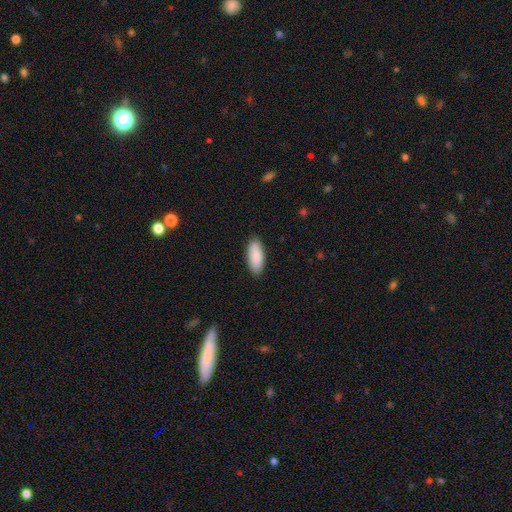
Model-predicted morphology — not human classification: Smooth or featured? smooth (90%)
How rounded? in between (82%)
Merging? none (89%)